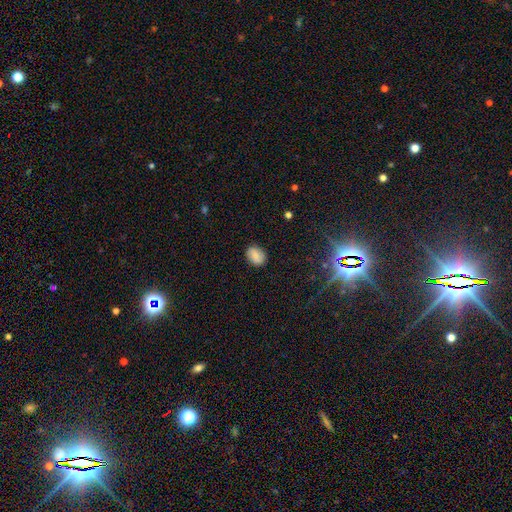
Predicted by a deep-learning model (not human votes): Overall: smooth (83%). How rounded: in between (69%; round 30%). Merging: none (85%).